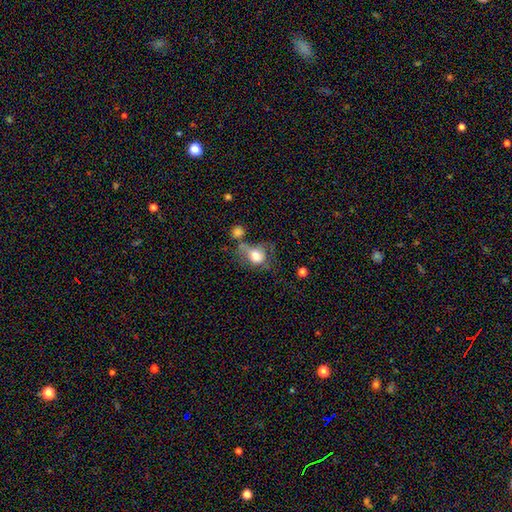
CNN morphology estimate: Q: Smooth or featured?
A: smooth (68%); runner-up: featured or disk (22%)
Q: How rounded?
A: in between (56%); runner-up: round (42%)
Q: Merging?
A: major disturbance (29%); runner-up: merger (26%)